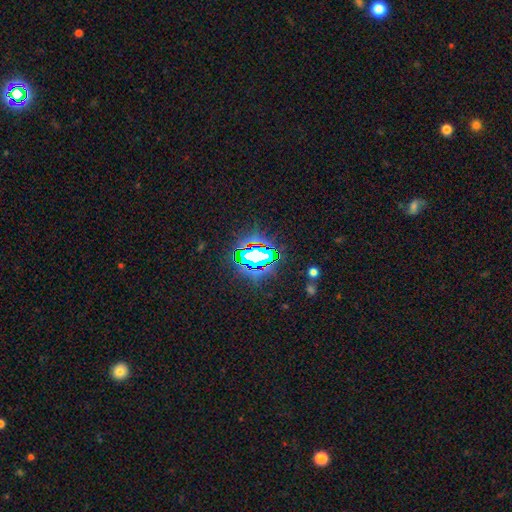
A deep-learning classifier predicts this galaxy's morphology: A star or artifact, not a galaxy (70%).